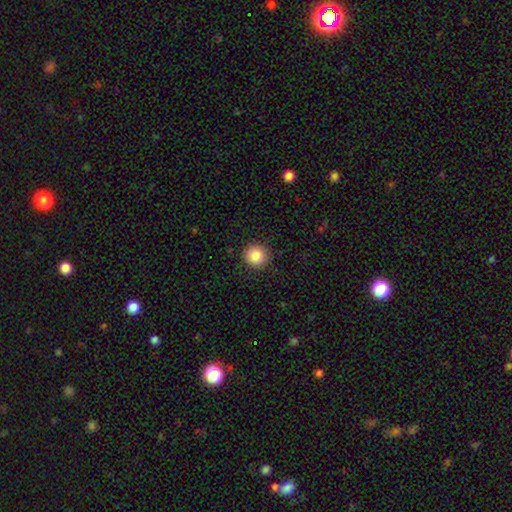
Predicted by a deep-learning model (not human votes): This appears to be a smooth galaxy with no disk features (85%) that is round (93%). Merging: none (90%).